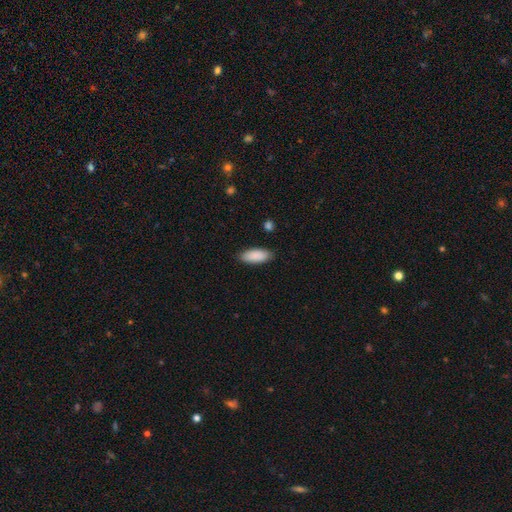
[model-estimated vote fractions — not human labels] Morphology: type=smooth (90%); roundness=in between (81%); merging=none (87%).